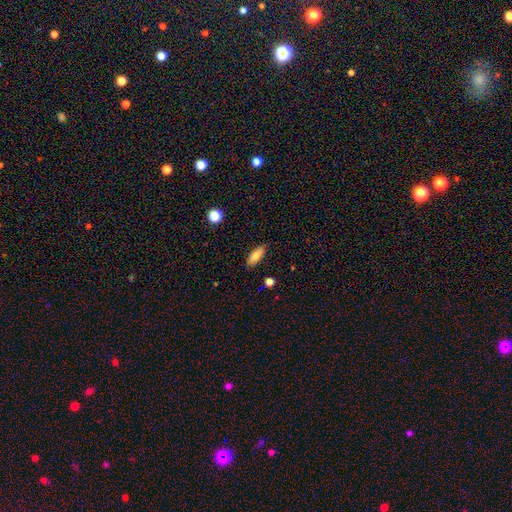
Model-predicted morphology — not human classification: smooth 78%, featured or disk 15%, star or artifact 8%. Down the decision tree: how rounded — in between (66%); merging — none (86%).